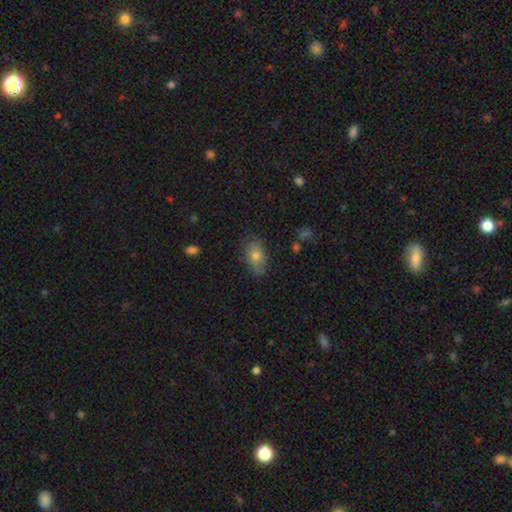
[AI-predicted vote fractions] The model was most divided on "merging": none: 75%, minor disturbance: 20%, major disturbance: 4%, merger: 2%. More confident: how rounded — in between (88%); smooth or featured — smooth (74%).